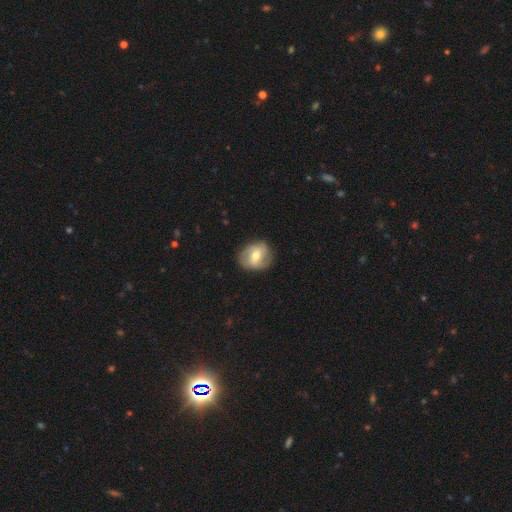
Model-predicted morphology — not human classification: This is possibly a featured or disk galaxy (55%). It is clearly not viewed edge-on (96%). Bar: marginally weak (44%). Spiral arm pattern: likely yes (74%). Central bulge: likely moderate (66%). Merging: likely none (80%).